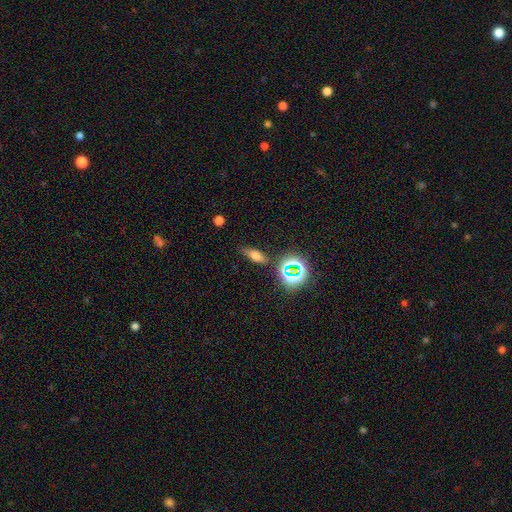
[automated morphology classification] smooth-or-featured: smooth: 65% | star or artifact: 19% | featured or disk: 15%
  how-rounded: in between: 61% | cigar-shaped: 30% | round: 10%
  merging: none: 77% | minor disturbance: 15% | major disturbance: 5% | merger: 4%